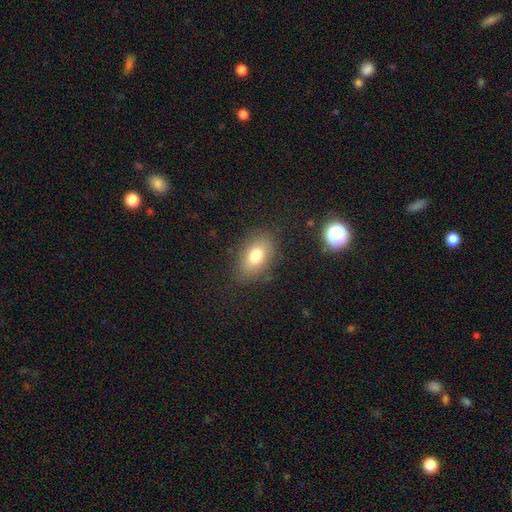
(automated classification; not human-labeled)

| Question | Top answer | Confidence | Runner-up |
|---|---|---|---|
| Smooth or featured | smooth | 77% | featured or disk (13%) |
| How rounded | in between | 86% | round (12%) |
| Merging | none | 81% | minor disturbance (13%) |